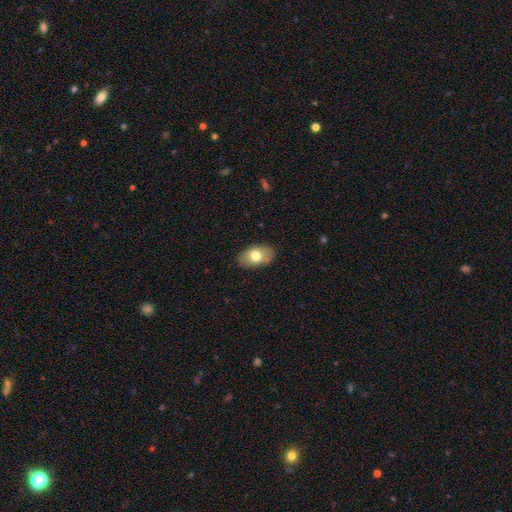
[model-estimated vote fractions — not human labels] smooth-or-featured: smooth: 73% | featured or disk: 20% | star or artifact: 7%
  how-rounded: in between: 91% | round: 8% | cigar-shaped: 1%
  merging: none: 85% | minor disturbance: 11% | major disturbance: 2% | merger: 1%